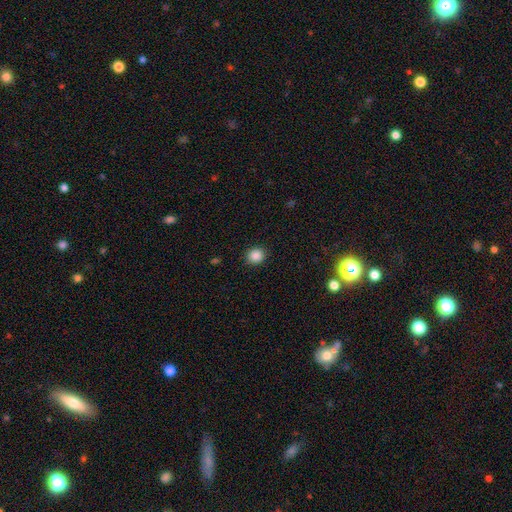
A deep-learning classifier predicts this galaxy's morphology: A smooth galaxy with no disk features (87%) that is round (80%). Merging: none (90%).